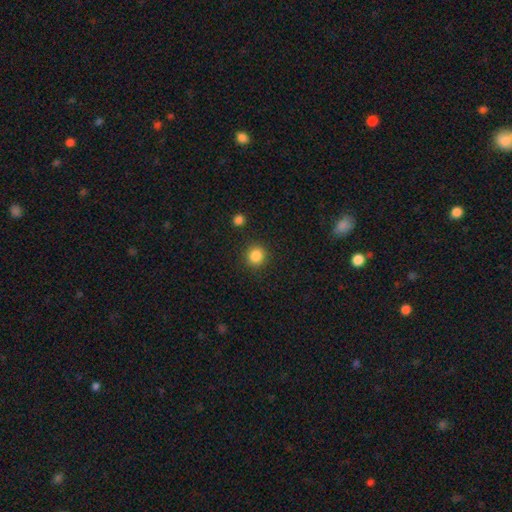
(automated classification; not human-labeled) smooth_or_featured: smooth (p=0.85) [alt: star or artifact p=0.11]
how_rounded: round (p=0.91) [alt: in between p=0.08]
merging: none (p=0.89) [alt: minor disturbance p=0.06]